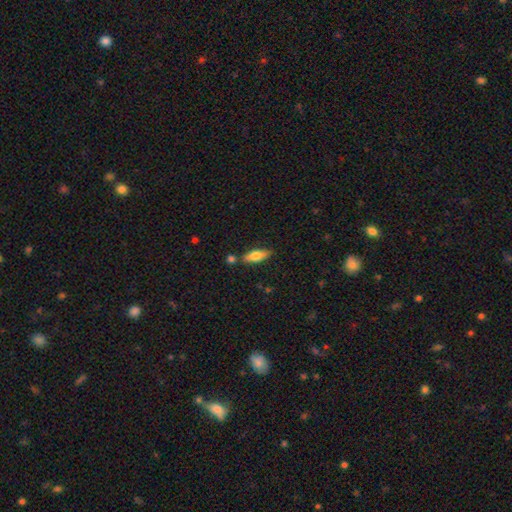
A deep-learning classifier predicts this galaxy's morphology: Q: Smooth or featured?
A: smooth (71%); runner-up: featured or disk (23%)
Q: How rounded?
A: in between (63%); runner-up: cigar-shaped (35%)
Q: Merging?
A: none (76%); runner-up: minor disturbance (12%)